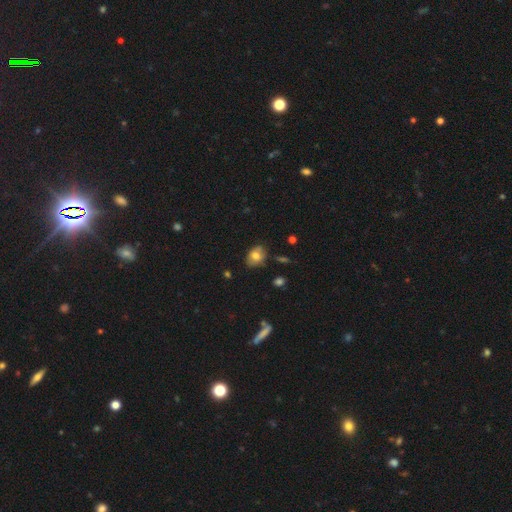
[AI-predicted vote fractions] A smooth galaxy with no disk features (73%) that is in between round and cigar-shaped (66%). Merging: none (69%).